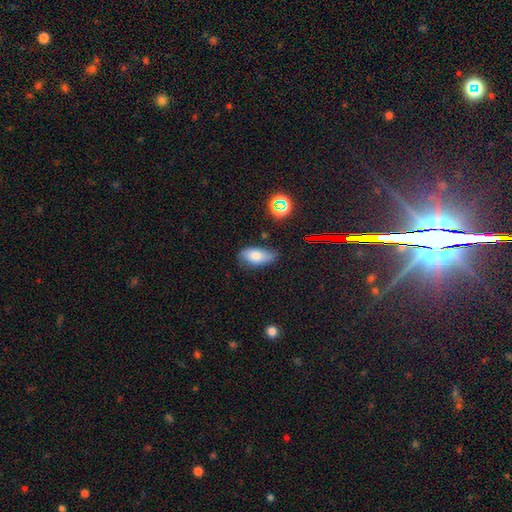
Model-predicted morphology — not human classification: This is likely a smooth galaxy (71%). How rounded: clearly in between (90%). Merging: likely none (64%).